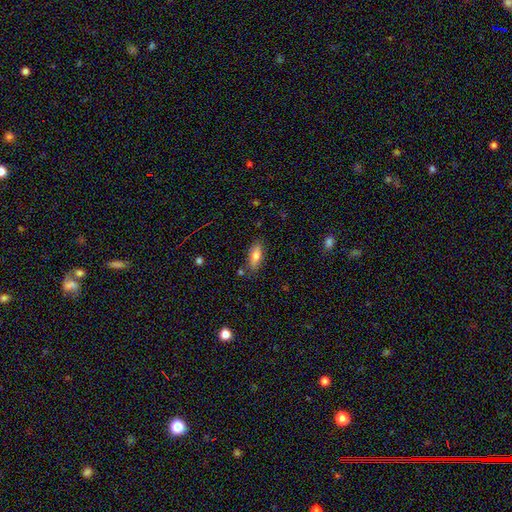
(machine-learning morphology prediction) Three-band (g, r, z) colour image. It shows a smooth galaxy with no disk features (76%) that is in between round and cigar-shaped (78%). Merging: none (81%).